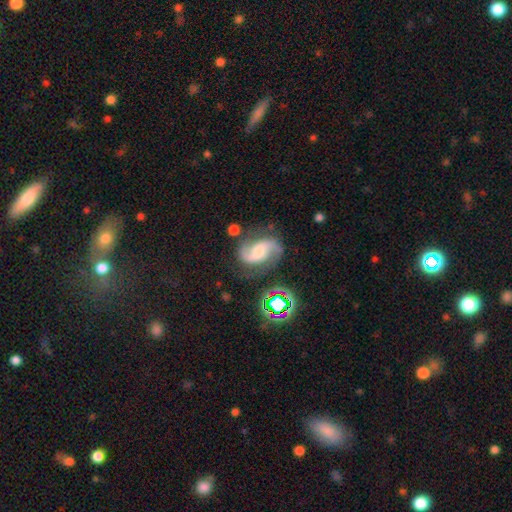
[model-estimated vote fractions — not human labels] A featured or disk galaxy (82%) with no bar (45%), 2 (91%) medium (50%) spiral arms (97%) and a moderate central bulge (42%). Merging: none (70%).